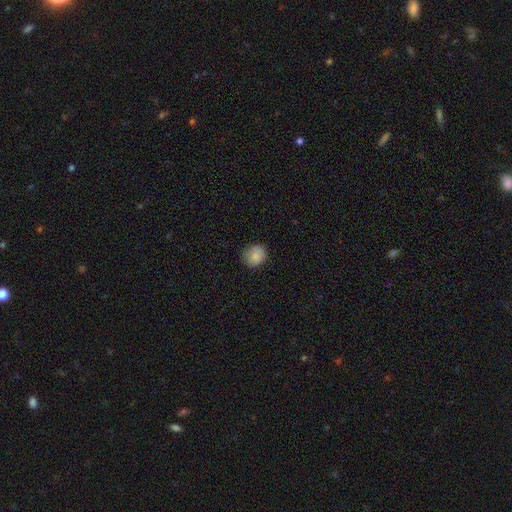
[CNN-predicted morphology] Smooth or featured: smooth — 85% (star or artifact — 9%)
How rounded: round — 82% (in between — 17%)
Merging: none — 80% (minor disturbance — 16%)